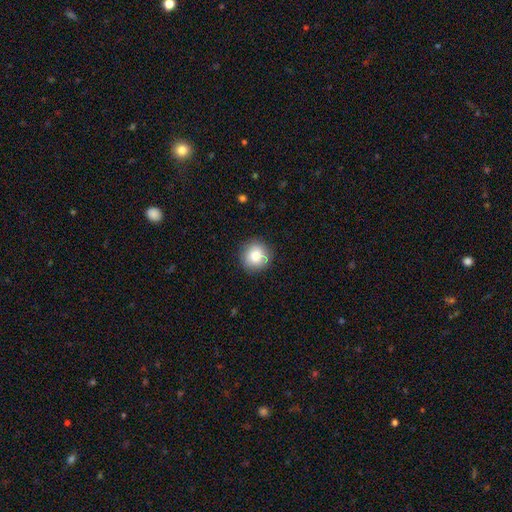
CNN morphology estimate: This appears to be a smooth galaxy with no disk features (82%) that is round (92%). Merging: none (87%).